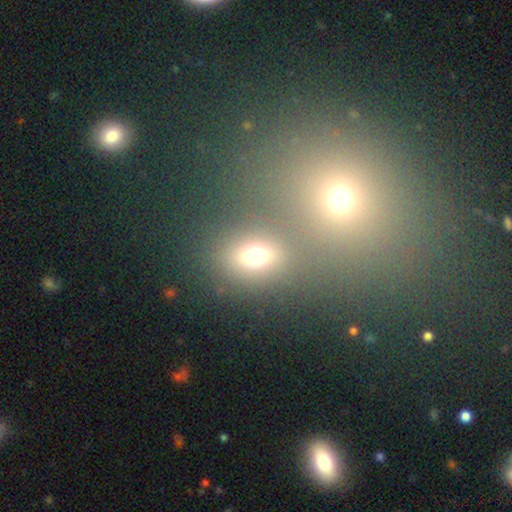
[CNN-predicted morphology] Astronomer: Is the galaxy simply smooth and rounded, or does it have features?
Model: smooth — 67%.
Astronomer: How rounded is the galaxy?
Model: in between — 57% (runner-up: round, 40%).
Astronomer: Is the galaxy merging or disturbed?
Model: none — 69%.